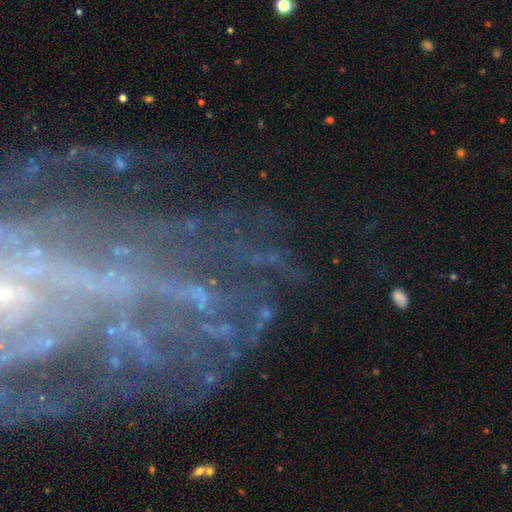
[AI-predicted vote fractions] Overall: featured or disk (67%). Edge-on disk: no (93%). Bar: no (54%; weak 25%). Spiral arms: yes (69%; no 31%). Bulge size: small (45%; none 35%). Merging: none (56%; major disturbance 23%).